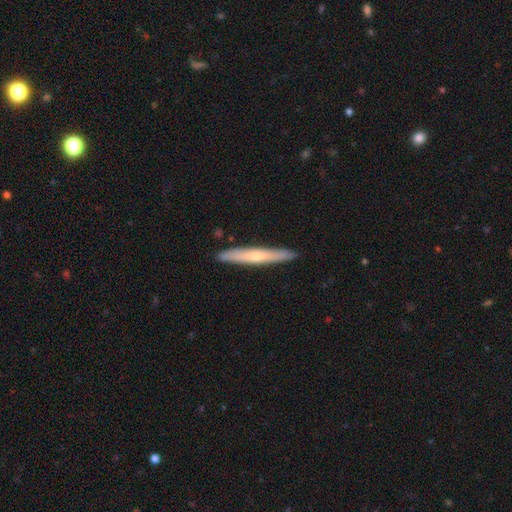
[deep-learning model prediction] smooth 48%, featured or disk 47%, star or artifact 5%. Down the decision tree: merging — none (91%).